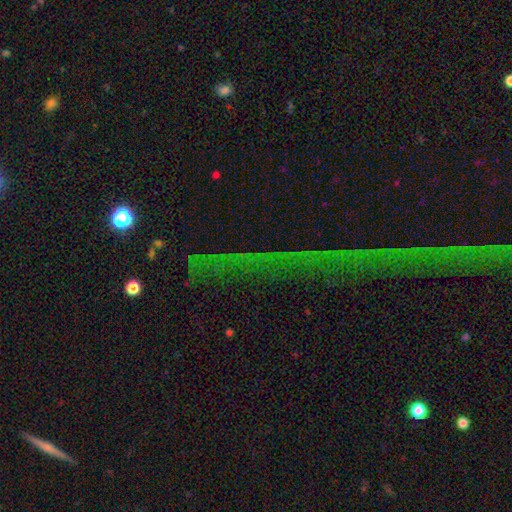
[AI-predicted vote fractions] Smooth or featured?
  - star or artifact: 83% *
  - featured or disk: 9%
  - smooth: 8%